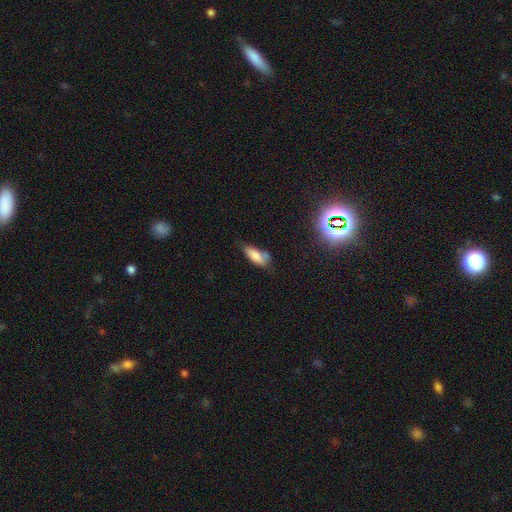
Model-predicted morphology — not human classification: smooth_or_featured: smooth (p=0.77) [alt: featured or disk p=0.13]
how_rounded: in between (p=0.79) [alt: cigar-shaped p=0.18]
merging: none (p=0.44) [alt: minor disturbance p=0.35]